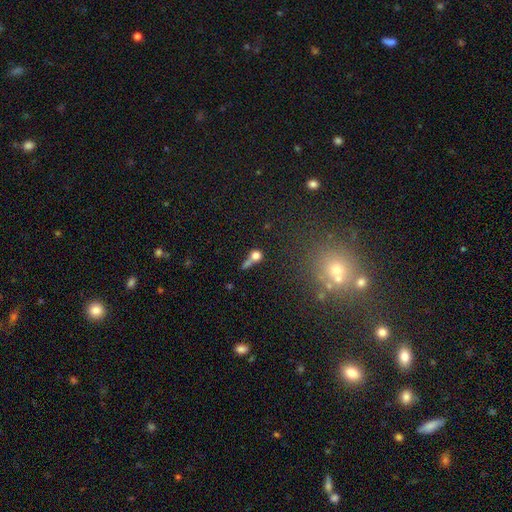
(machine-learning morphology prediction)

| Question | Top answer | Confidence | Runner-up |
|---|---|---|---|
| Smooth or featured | smooth | 70% | featured or disk (16%) |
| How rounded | round | 63% | in between (29%) |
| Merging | merger | 41% | none (33%) |